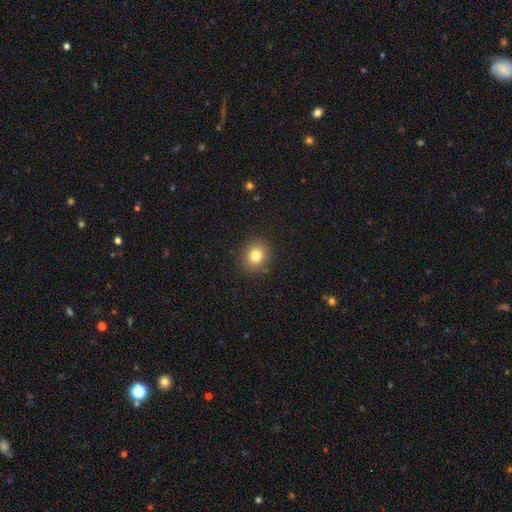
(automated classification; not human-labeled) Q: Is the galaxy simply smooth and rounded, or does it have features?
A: smooth — 81%.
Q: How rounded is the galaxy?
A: round — 72%.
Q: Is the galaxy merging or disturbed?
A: none — 89%.